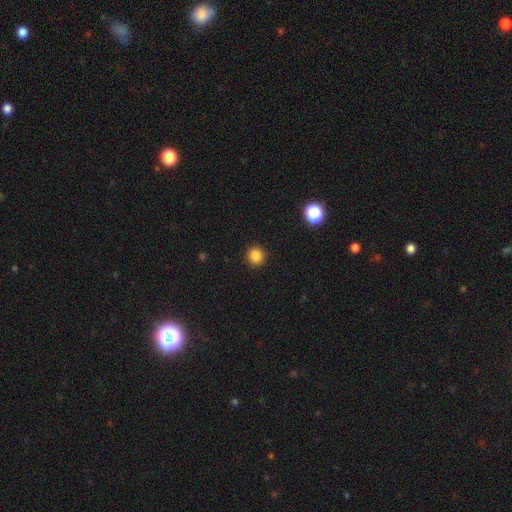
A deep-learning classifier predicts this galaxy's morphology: This is clearly a smooth galaxy (85%). How rounded: clearly round (91%). Merging: clearly none (92%).